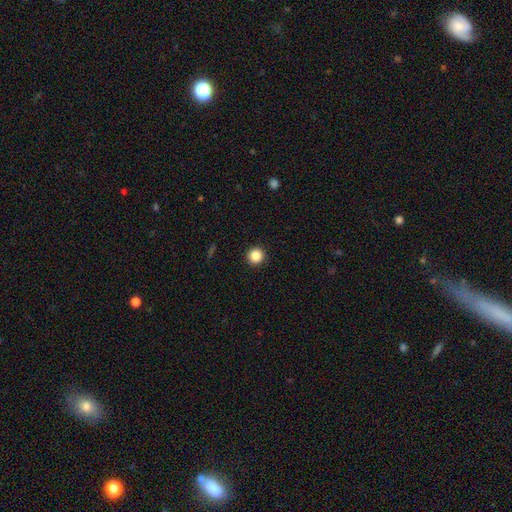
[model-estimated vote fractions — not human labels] The model was most divided on "smooth or featured": smooth: 86%, star or artifact: 10%, featured or disk: 3%. More confident: how rounded — round (96%); merging — none (93%).